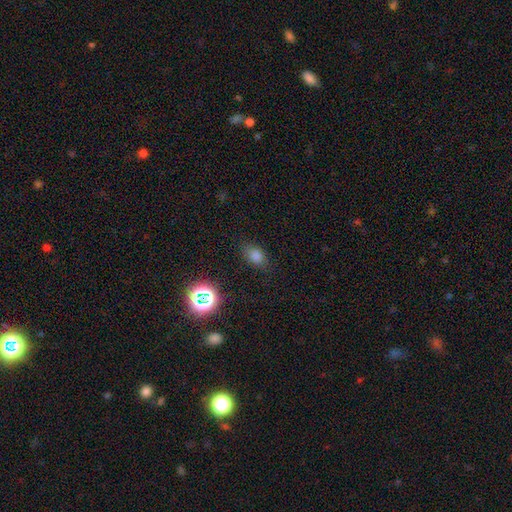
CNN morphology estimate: smooth-or-featured: smooth: 74% | star or artifact: 19% | featured or disk: 7%
  how-rounded: in between: 77% | round: 21% | cigar-shaped: 2%
  merging: none: 77% | minor disturbance: 16% | major disturbance: 5% | merger: 2%